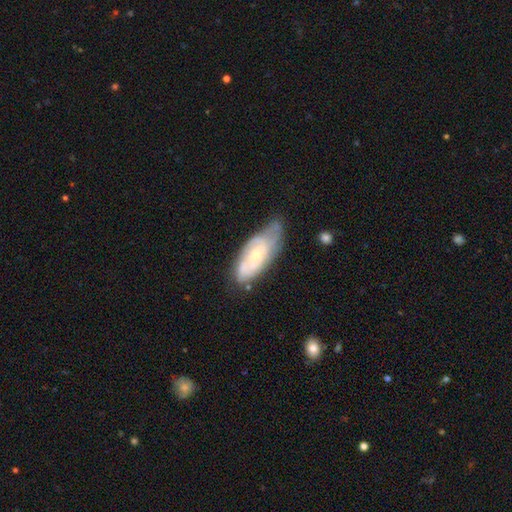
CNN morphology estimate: Overall: featured or disk (65%; smooth 29%). Edge-on disk: no (88%). Bar: no (63%; weak 31%). Spiral arms: yes (81%). Bulge size: small (52%; moderate 41%). Merging: none (56%; minor disturbance 32%).